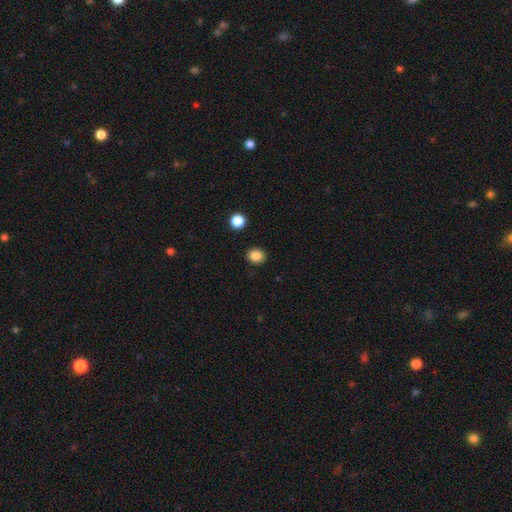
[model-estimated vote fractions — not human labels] This appears to be a smooth galaxy with no disk features (86%) that is round (70%). Merging: none (90%).